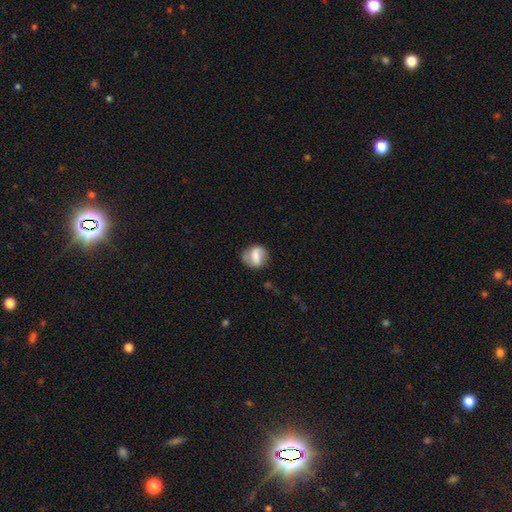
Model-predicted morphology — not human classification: Smooth or featured: smooth — 48% (featured or disk — 45%)
Merging: none — 72% (minor disturbance — 19%)